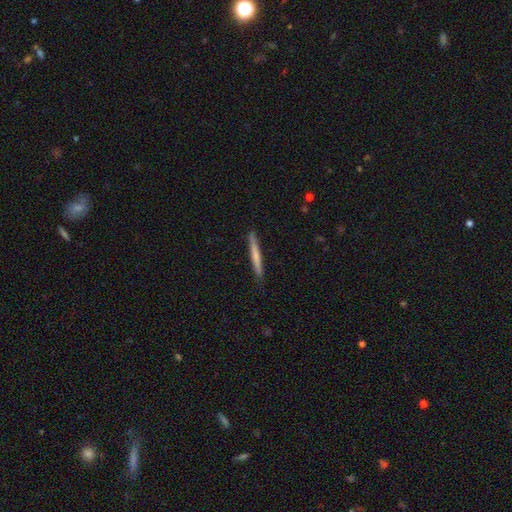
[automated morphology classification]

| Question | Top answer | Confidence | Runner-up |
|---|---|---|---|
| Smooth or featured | smooth | 64% | featured or disk (31%) |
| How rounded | cigar-shaped | 97% | in between (2%) |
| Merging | none | 89% | minor disturbance (8%) |